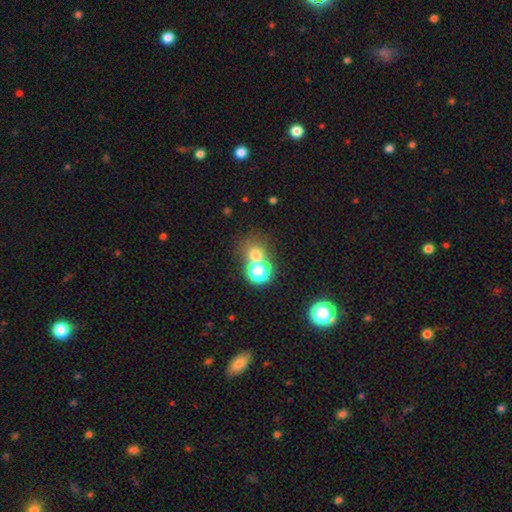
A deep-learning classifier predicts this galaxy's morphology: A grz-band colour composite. It shows a smooth galaxy with no disk features (65%) that is round (81%). Merging: none (50%).